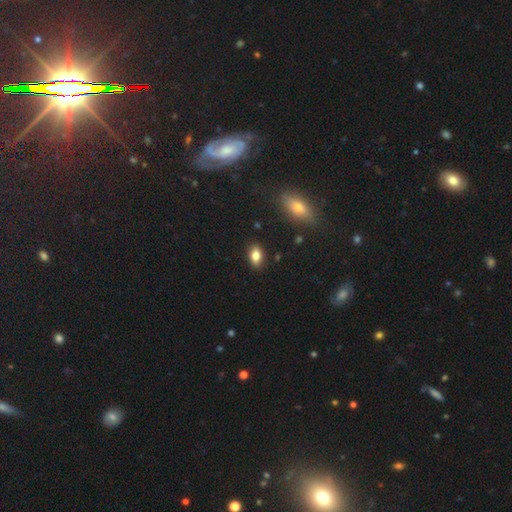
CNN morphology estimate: A smooth galaxy with no disk features (80%) that is in between round and cigar-shaped (86%). Merging: none (86%).